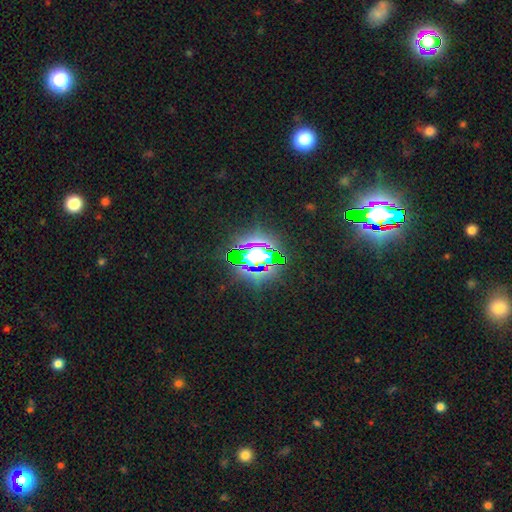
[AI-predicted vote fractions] A star or artifact, not a galaxy (69%).